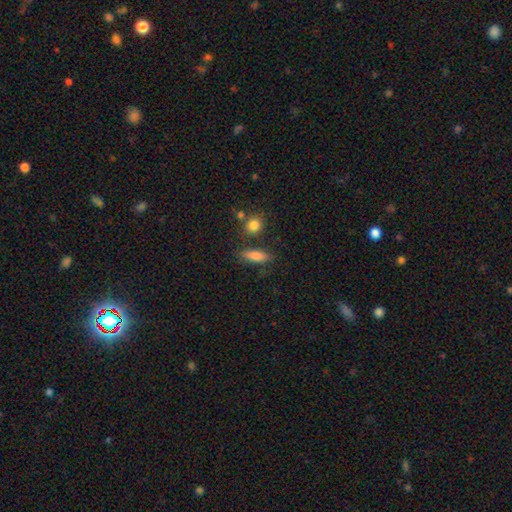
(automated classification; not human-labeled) Smooth or featured?
  - smooth: 79% *
  - featured or disk: 12%
  - star or artifact: 8%
How rounded?
  - in between: 51% *
  - cigar-shaped: 44%
  - round: 5%
Merging?
  - none: 78% *
  - minor disturbance: 13%
  - merger: 6%
  - major disturbance: 4%